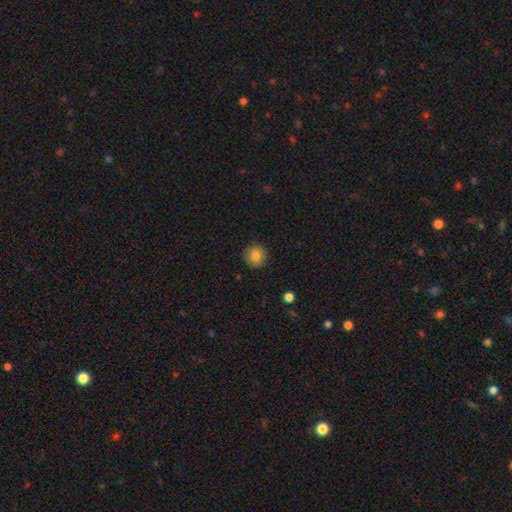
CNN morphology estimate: Smooth or featured: smooth — 84% (star or artifact — 10%)
How rounded: round — 92% (in between — 7%)
Merging: none — 90% (minor disturbance — 7%)